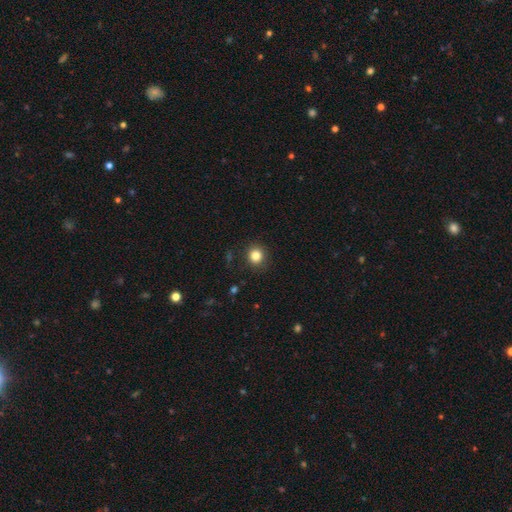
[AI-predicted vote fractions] This is clearly a smooth galaxy (84%). How rounded: clearly round (85%). Merging: clearly none (88%).